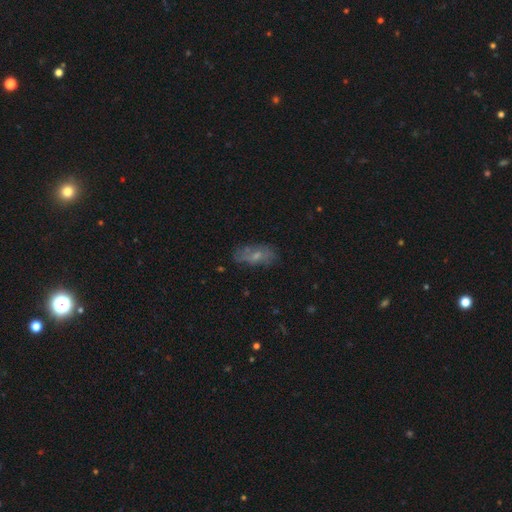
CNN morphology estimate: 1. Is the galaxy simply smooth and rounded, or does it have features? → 49% smooth, 41% featured or disk, 10% star or artifact.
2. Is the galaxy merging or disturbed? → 65% none, 24% minor disturbance, 9% major disturbance, 2% merger.